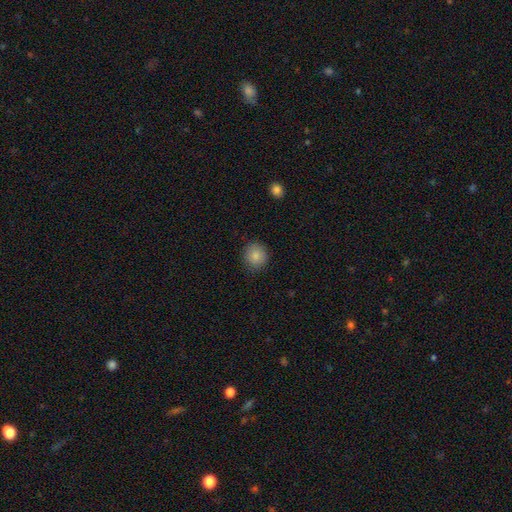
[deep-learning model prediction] This appears to be a smooth galaxy with no disk features (84%) that is round (87%). Merging: none (89%).